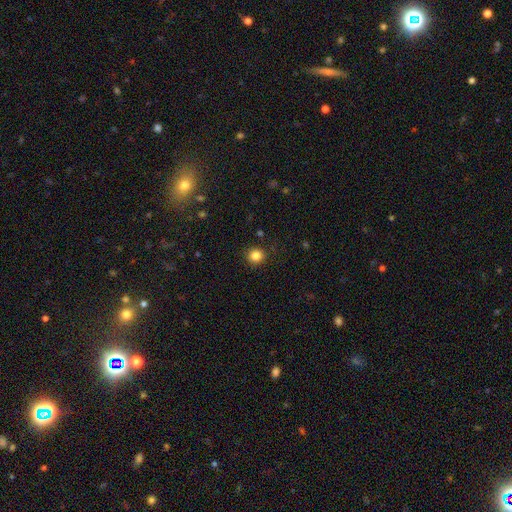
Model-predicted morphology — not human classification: A smooth galaxy with no disk features (84%) that is round (90%).

Vote fractions:
- Smooth or featured? smooth: 84% / star or artifact: 12% / featured or disk: 5%
- How rounded? round: 90% / in between: 9% / cigar-shaped: 1%
- Merging? none: 90% / minor disturbance: 7% / major disturbance: 2% / merger: 1%